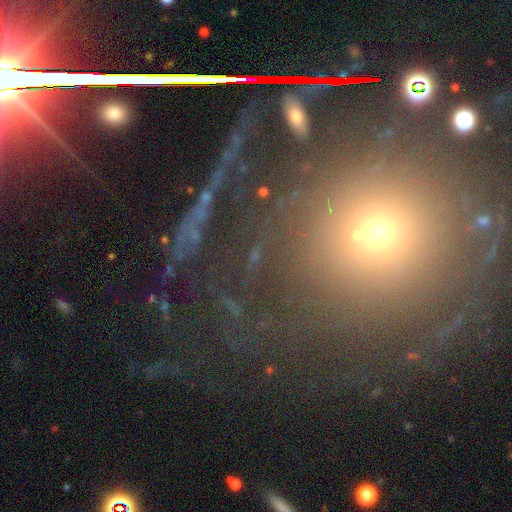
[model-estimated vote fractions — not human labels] Smooth or featured? Predicted: star or artifact (p=0.51).